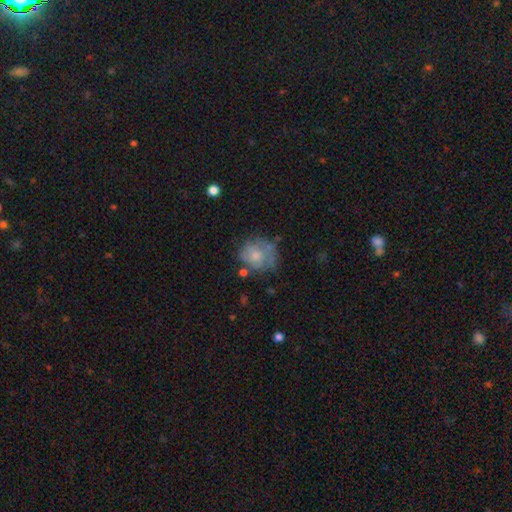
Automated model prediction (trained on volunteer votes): Smooth or featured?
  - smooth: 54% *
  - featured or disk: 38%
  - star or artifact: 8%
How rounded?
  - round: 74% *
  - in between: 26%
  - cigar-shaped: 1%
Merging?
  - none: 47% *
  - minor disturbance: 27%
  - major disturbance: 17%
  - merger: 8%